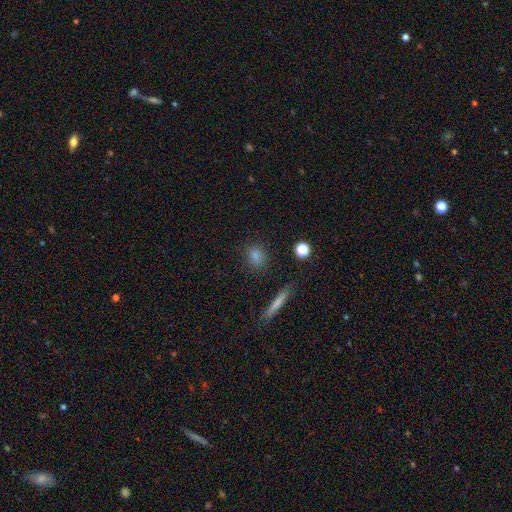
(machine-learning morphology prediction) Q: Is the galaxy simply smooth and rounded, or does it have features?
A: smooth — 78%.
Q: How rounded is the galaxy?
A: round — 55%.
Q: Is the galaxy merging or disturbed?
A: none — 87%.